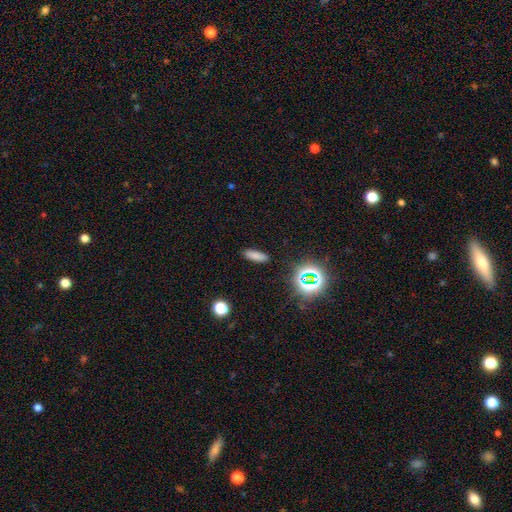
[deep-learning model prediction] Smooth or featured?
  - smooth: 76% *
  - star or artifact: 17%
  - featured or disk: 7%
How rounded?
  - in between: 53% *
  - cigar-shaped: 43%
  - round: 4%
Merging?
  - none: 88% *
  - minor disturbance: 8%
  - major disturbance: 2%
  - merger: 1%